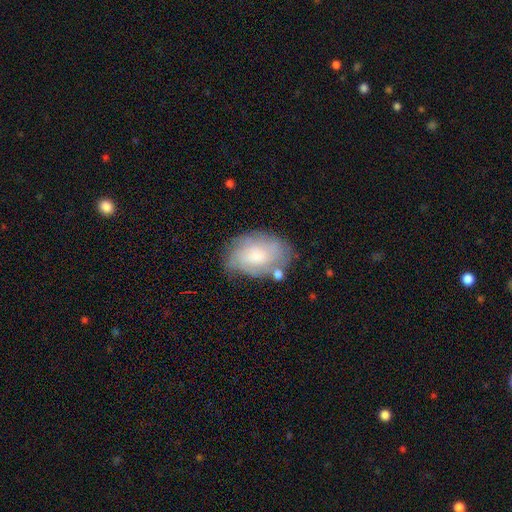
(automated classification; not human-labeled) Smooth or featured?
  - featured or disk: 48% *
  - smooth: 43%
  - star or artifact: 8%
Merging?
  - none: 63% *
  - minor disturbance: 23%
  - major disturbance: 8%
  - merger: 6%